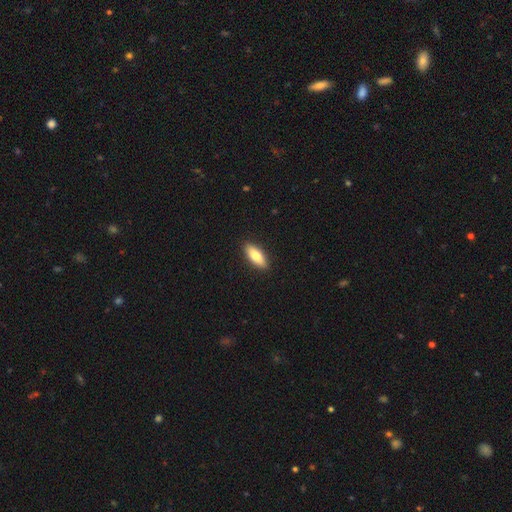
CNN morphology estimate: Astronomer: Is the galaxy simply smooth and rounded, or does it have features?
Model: smooth — 79%.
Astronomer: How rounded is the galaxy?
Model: in between — 70%.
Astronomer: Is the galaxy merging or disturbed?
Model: none — 90%.